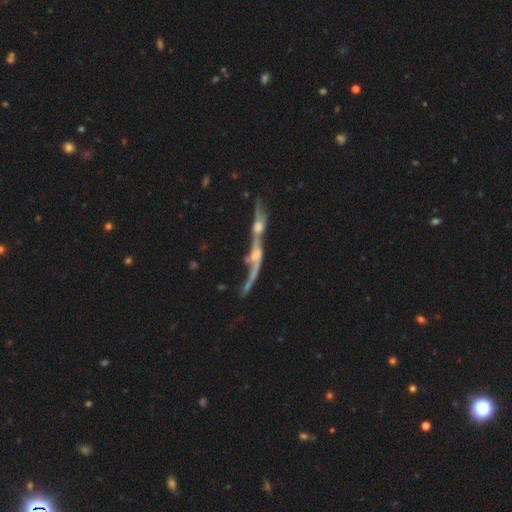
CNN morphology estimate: featured or disk 70%, smooth 17%, star or artifact 14%. Down the decision tree: edge-on disk — yes (55%); merging — merger (63%).